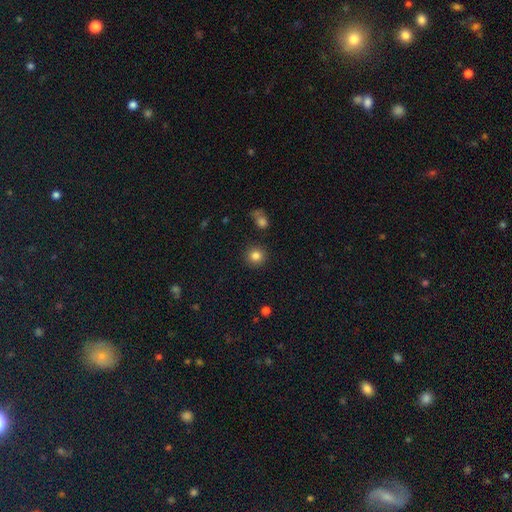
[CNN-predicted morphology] Smooth or featured? smooth (83%)
How rounded? round (93%)
Merging? none (89%)